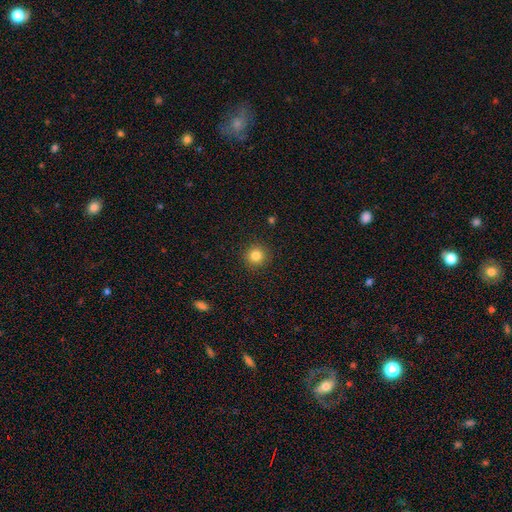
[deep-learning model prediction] The model was most divided on "smooth or featured": smooth: 83%, star or artifact: 12%, featured or disk: 5%. More confident: how rounded — round (94%); merging — none (92%).